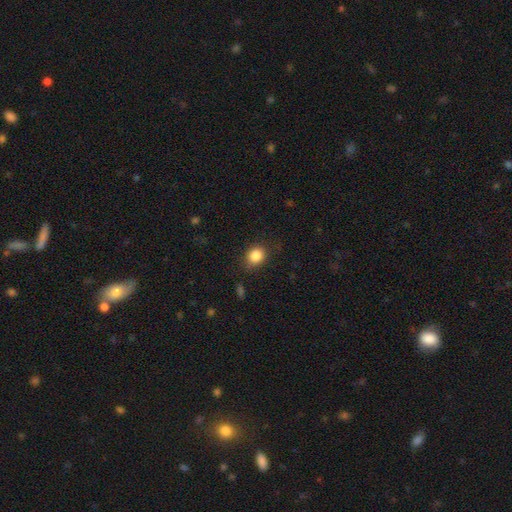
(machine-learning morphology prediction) This is clearly a smooth galaxy (85%). How rounded: likely round (66%). Merging: clearly none (81%).